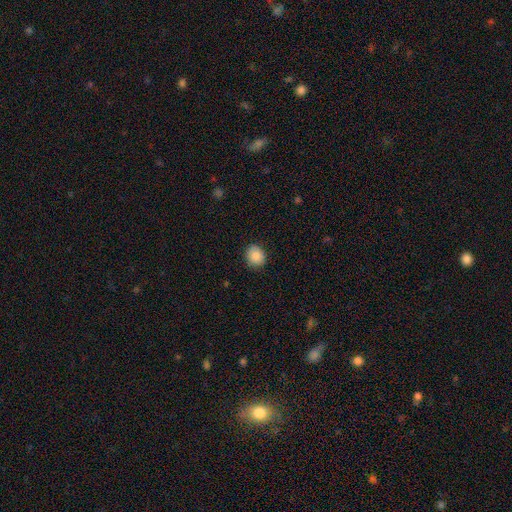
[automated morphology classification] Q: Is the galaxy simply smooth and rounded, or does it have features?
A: smooth — 88%.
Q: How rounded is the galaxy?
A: round — 73%.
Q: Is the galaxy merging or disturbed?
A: none — 88%.